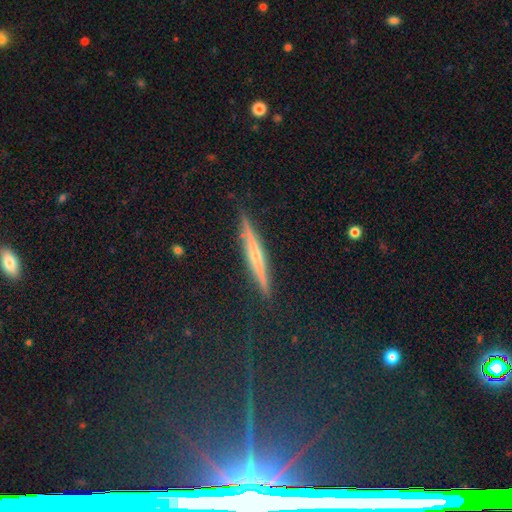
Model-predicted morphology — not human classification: Smooth or featured?
  - featured or disk: 66% *
  - smooth: 22%
  - star or artifact: 12%
Edge-on disk?
  - yes: 96% *
  - no: 4%
Edge-on bulge?
  - rounded: 67% *
  - none: 27%
  - boxy: 6%
Merging?
  - none: 89% *
  - minor disturbance: 8%
  - major disturbance: 2%
  - merger: 1%